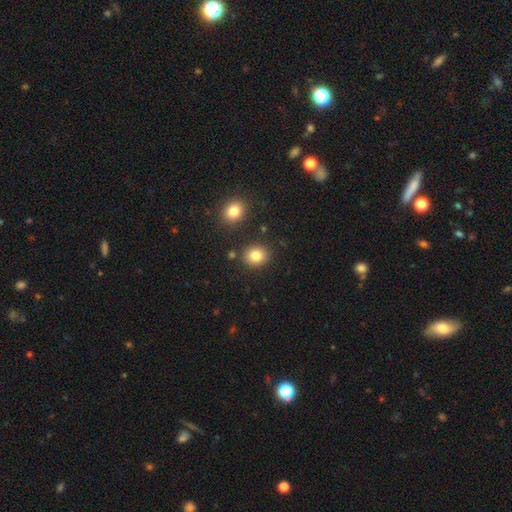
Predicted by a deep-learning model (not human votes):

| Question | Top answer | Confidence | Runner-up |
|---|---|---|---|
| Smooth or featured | smooth | 83% | star or artifact (10%) |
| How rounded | round | 71% | in between (28%) |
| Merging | none | 85% | minor disturbance (8%) |